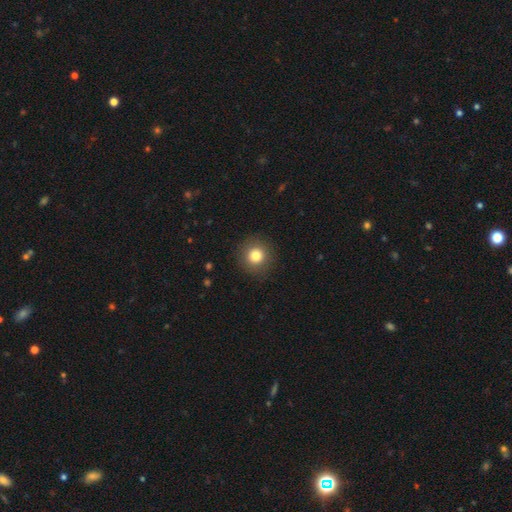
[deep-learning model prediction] Smooth or featured?
  - smooth: 81% *
  - star or artifact: 11%
  - featured or disk: 8%
How rounded?
  - round: 94% *
  - in between: 5%
  - cigar-shaped: 1%
Merging?
  - none: 90% *
  - minor disturbance: 6%
  - major disturbance: 3%
  - merger: 1%